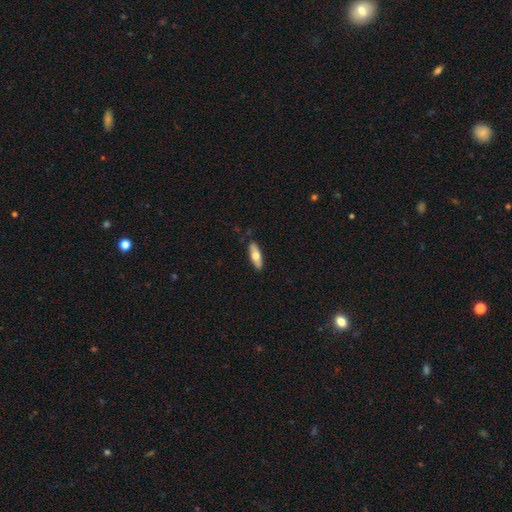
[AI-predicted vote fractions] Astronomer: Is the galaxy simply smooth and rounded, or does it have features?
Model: smooth — 62%.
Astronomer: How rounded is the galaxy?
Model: in between — 62%.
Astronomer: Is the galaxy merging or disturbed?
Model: none — 88%.